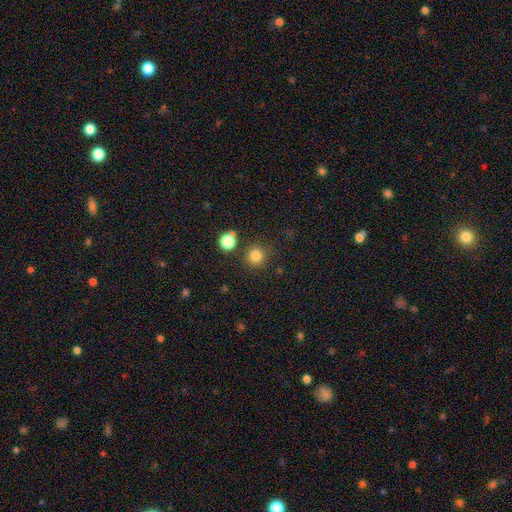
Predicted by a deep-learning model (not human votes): A smooth galaxy with no disk features (82%) that is round (92%).

Vote fractions:
- Smooth or featured? smooth: 82% / star or artifact: 14% / featured or disk: 5%
- How rounded? round: 92% / in between: 7% / cigar-shaped: 1%
- Merging? none: 83% / minor disturbance: 8% / merger: 5% / major disturbance: 3%